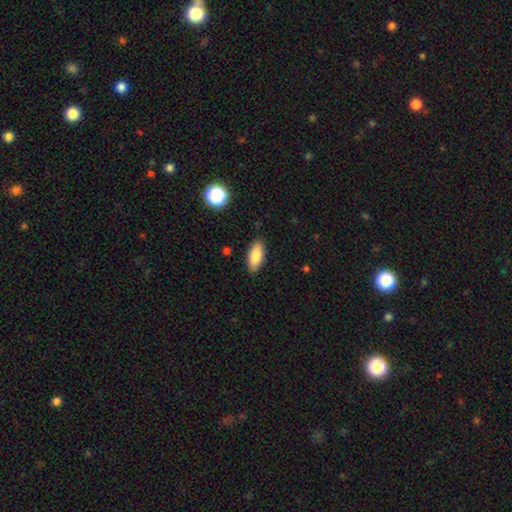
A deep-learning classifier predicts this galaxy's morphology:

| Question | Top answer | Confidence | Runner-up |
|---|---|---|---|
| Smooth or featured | smooth | 83% | featured or disk (10%) |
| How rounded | in between | 86% | cigar-shaped (11%) |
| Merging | none | 87% | minor disturbance (10%) |